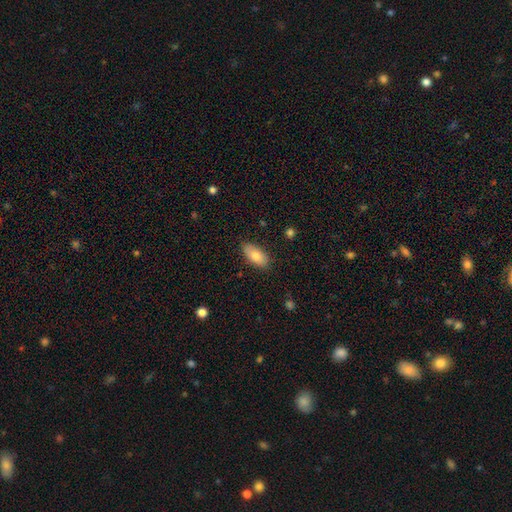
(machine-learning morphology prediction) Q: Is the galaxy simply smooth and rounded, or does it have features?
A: smooth — 78%.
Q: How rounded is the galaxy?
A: in between — 90%.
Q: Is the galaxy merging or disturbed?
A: none — 84%.